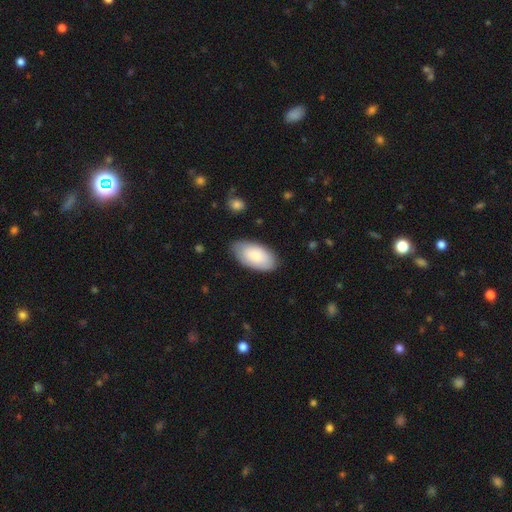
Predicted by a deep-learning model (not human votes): smooth 79%, featured or disk 16%, star or artifact 6%. Down the decision tree: how rounded — in between (95%); merging — none (77%).